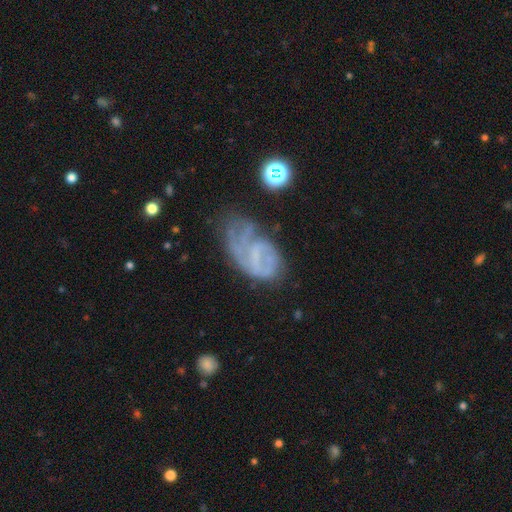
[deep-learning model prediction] The model was most divided on "merging": none: 34%, major disturbance: 33%, minor disturbance: 29%, merger: 4%. More confident: edge-on disk — no (97%); spiral arms — yes (67%); smooth or featured — featured or disk (65%); bulge size — none (64%); bar — no (51%).